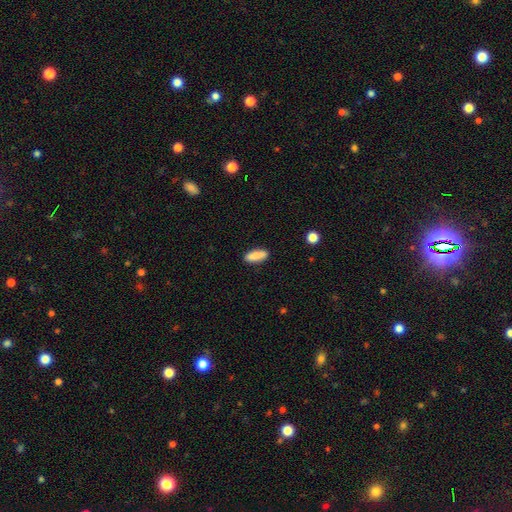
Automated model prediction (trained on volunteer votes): smooth_or_featured: smooth (p=0.87) [alt: star or artifact p=0.06]
how_rounded: in between (p=0.64) [alt: cigar-shaped p=0.34]
merging: none (p=0.88) [alt: minor disturbance p=0.09]